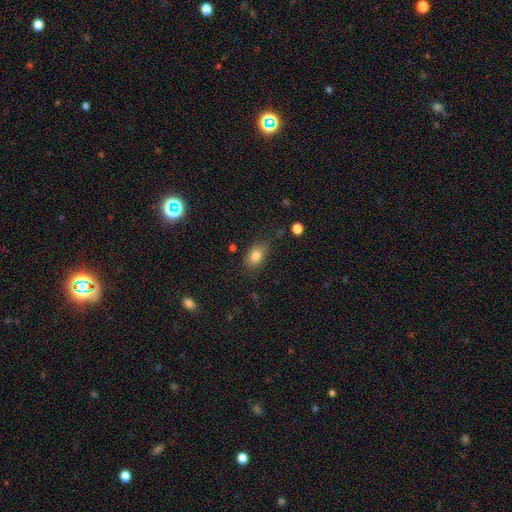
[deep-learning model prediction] Smooth or featured: smooth — 81% (star or artifact — 9%)
How rounded: in between — 82% (round — 16%)
Merging: none — 80% (minor disturbance — 14%)